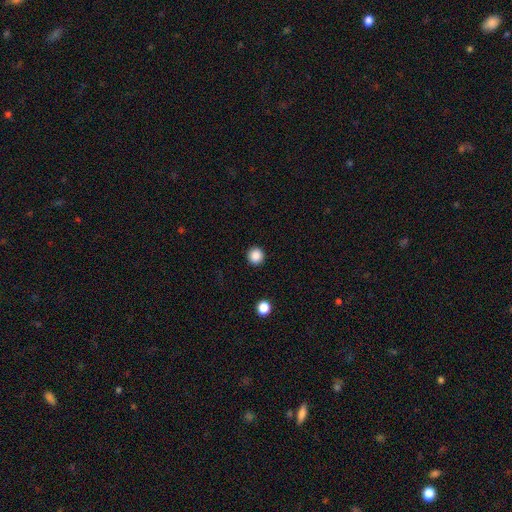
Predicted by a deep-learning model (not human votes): Q: Smooth or featured?
A: smooth (87%); runner-up: star or artifact (10%)
Q: How rounded?
A: round (95%); runner-up: in between (4%)
Q: Merging?
A: none (92%); runner-up: minor disturbance (5%)